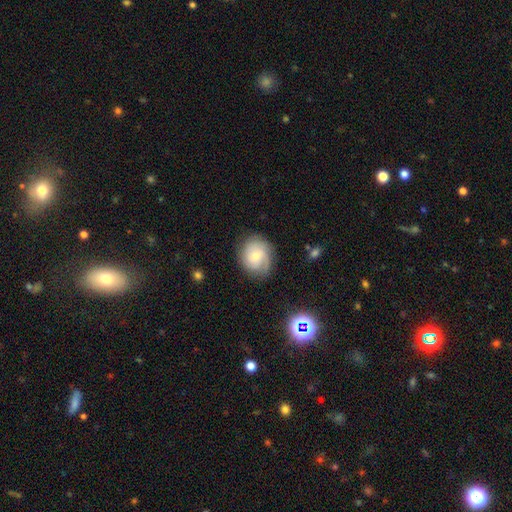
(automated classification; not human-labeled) Q: Smooth or featured?
A: featured or disk (52%); runner-up: smooth (39%)
Q: Edge-on disk?
A: no (97%); runner-up: yes (3%)
Q: Bar?
A: no (75%); runner-up: weak (22%)
Q: Spiral arms?
A: yes (87%); runner-up: no (13%)
Q: Bulge size?
A: small (57%); runner-up: moderate (38%)
Q: Merging?
A: none (72%); runner-up: minor disturbance (19%)